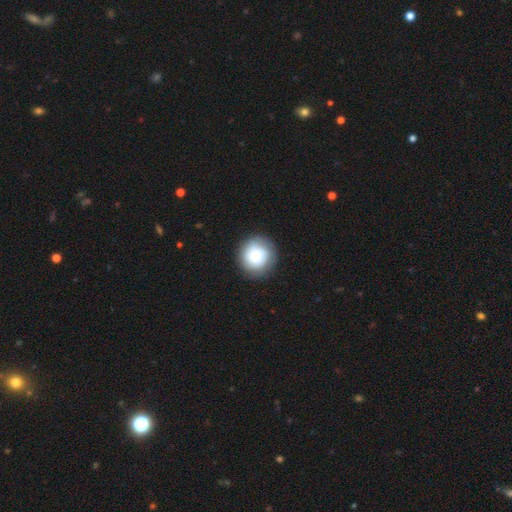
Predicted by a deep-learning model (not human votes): Morphology: type=smooth (72%); roundness=round (92%); merging=none (84%).